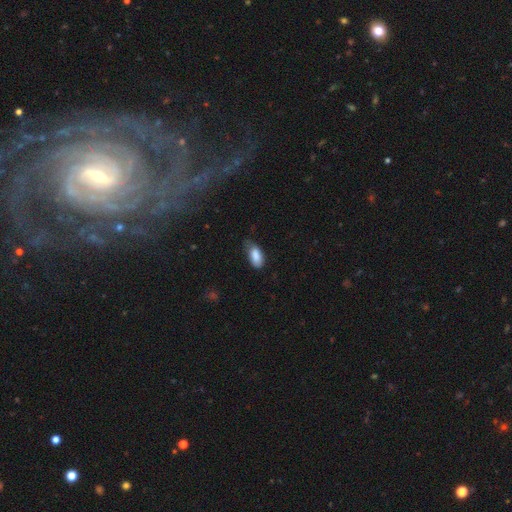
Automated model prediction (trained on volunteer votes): Morphology: type=smooth (86%); roundness=in between (92%); merging=none (49%).